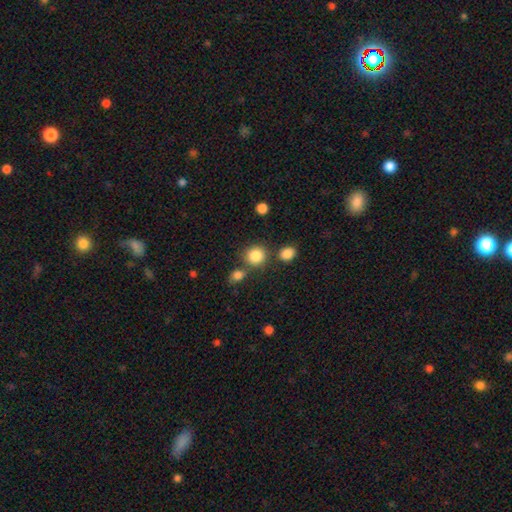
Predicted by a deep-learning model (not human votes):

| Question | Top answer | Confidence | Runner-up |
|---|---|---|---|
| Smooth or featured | smooth | 85% | star or artifact (10%) |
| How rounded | round | 86% | in between (13%) |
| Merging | none | 72% | merger (14%) |